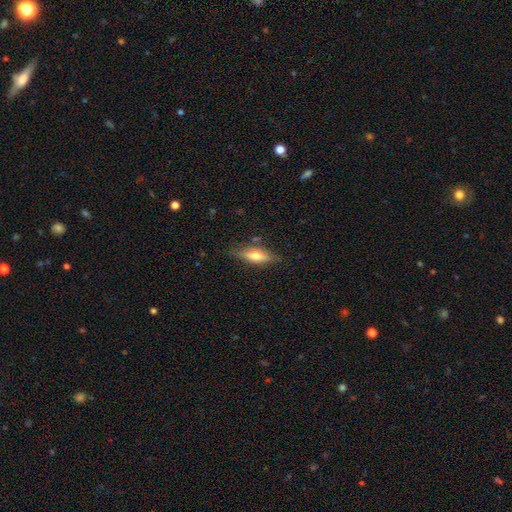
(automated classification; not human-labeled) Morphology: type=smooth (54%); roundness=in between (50%); merging=none (78%).